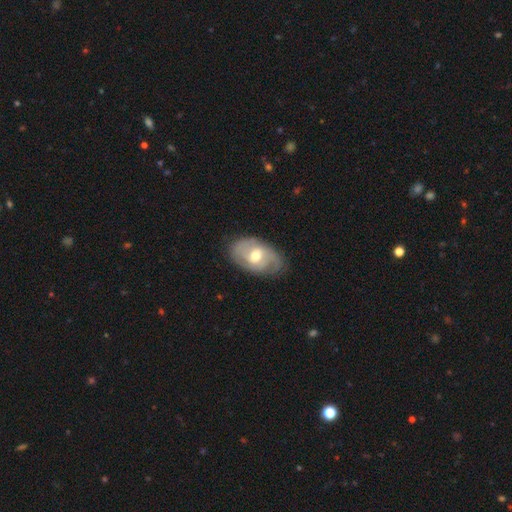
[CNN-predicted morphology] Smooth or featured?
  - featured or disk: 66% *
  - smooth: 29%
  - star or artifact: 6%
Edge-on disk?
  - no: 94% *
  - yes: 6%
Bar?
  - weak: 45% * (tied)
  - no: 45% * (tied)
  - strong: 10%
Spiral arms?
  - yes: 80% *
  - no: 20%
Bulge size?
  - moderate: 73% *
  - small: 17%
  - large: 8%
  - none: 1%
  - dominant: 1%
Merging?
  - none: 72% *
  - minor disturbance: 20%
  - major disturbance: 7%
  - merger: 1%